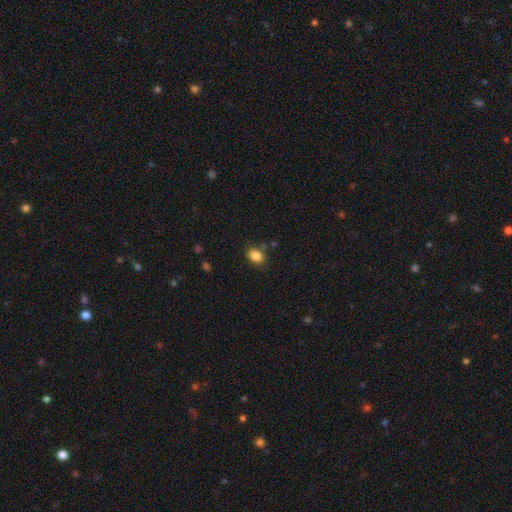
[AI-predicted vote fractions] Smooth or featured? Predicted: smooth (p=0.86). How rounded? Predicted: in between (p=0.74). Merging? Predicted: none (p=0.77).